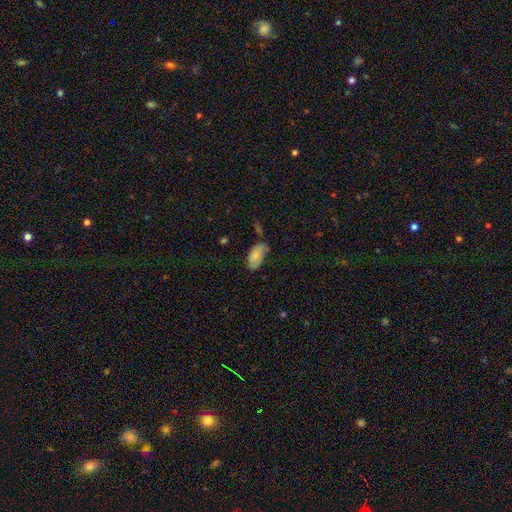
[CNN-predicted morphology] This appears to be a smooth galaxy with no disk features (77%) that is in between round and cigar-shaped (94%). Merging: none (52%).